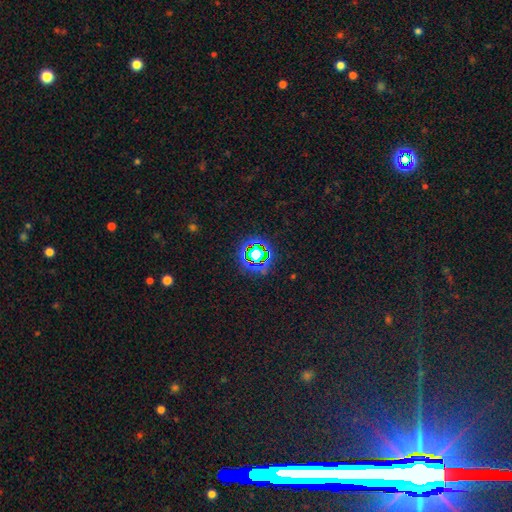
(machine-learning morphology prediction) Smooth or featured?
  - star or artifact: 75% *
  - smooth: 16%
  - featured or disk: 9%